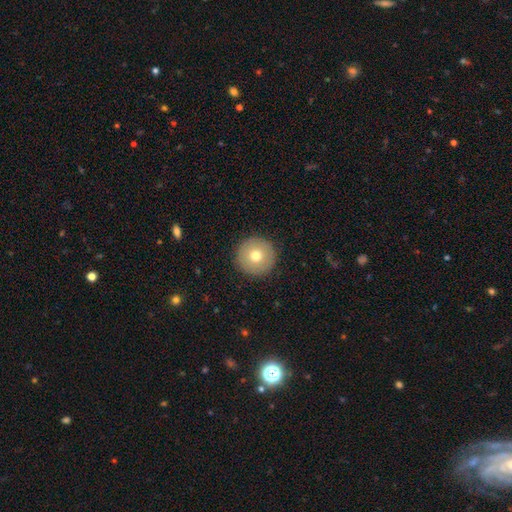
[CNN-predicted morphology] A smooth galaxy with no disk features (73%) that is round (97%).

Vote fractions:
- Smooth or featured? smooth: 73% / featured or disk: 18% / star or artifact: 9%
- How rounded? round: 97% / in between: 2% / cigar-shaped: 1%
- Merging? none: 92% / minor disturbance: 5% / major disturbance: 2% / merger: 1%